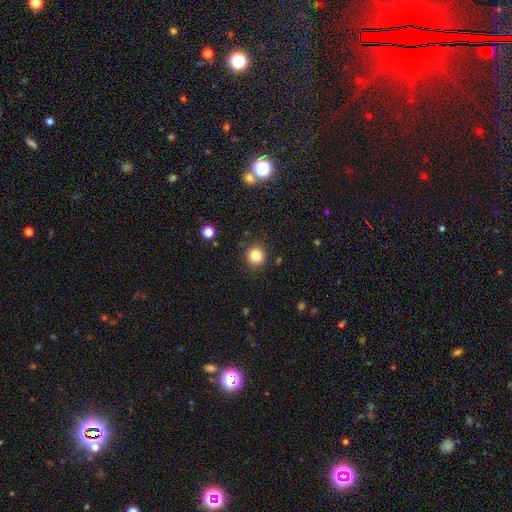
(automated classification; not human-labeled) Smooth or featured?
  - smooth: 85% *
  - star or artifact: 11%
  - featured or disk: 4%
How rounded?
  - round: 93% *
  - in between: 6%
  - cigar-shaped: 1%
Merging?
  - none: 87% *
  - minor disturbance: 8%
  - major disturbance: 3%
  - merger: 2%